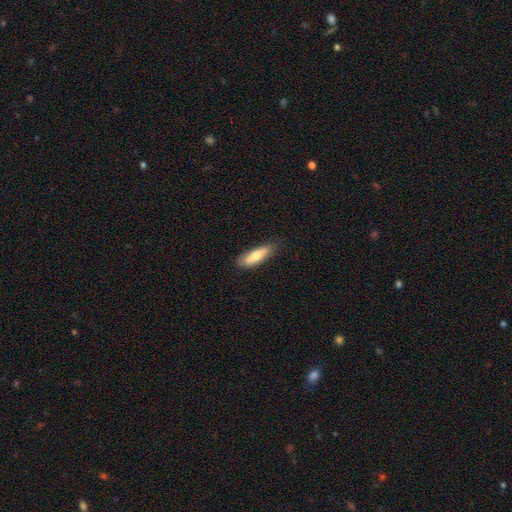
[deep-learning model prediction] Overall: smooth (73%). How rounded: cigar-shaped (55%; in between 44%). Merging: none (79%).